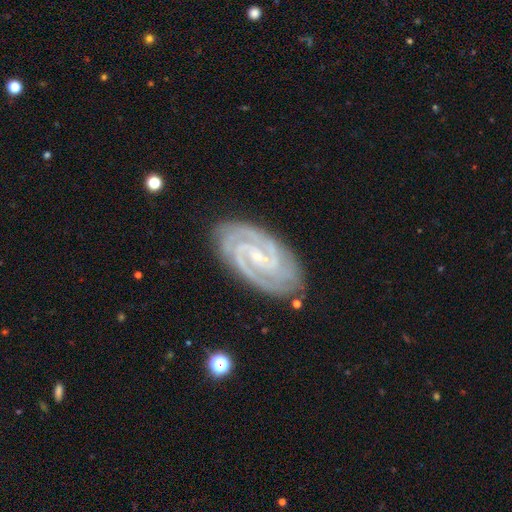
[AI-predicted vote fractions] smooth_or_featured: featured or disk (p=0.92) [alt: star or artifact p=0.05]
disk_edge_on: no (p=0.97) [alt: yes p=0.03]
bar: weak (p=0.42) [alt: no p=0.34]
has_spiral_arms: yes (p=0.99) [alt: no p=0.01]
spiral_winding: tight (p=0.70) [alt: medium p=0.26]
spiral_arm_count: 2 (p=0.61) [alt: 3 p=0.19]
bulge_size: small (p=0.79) [alt: moderate p=0.14]
merging: none (p=0.83) [alt: minor disturbance p=0.13]